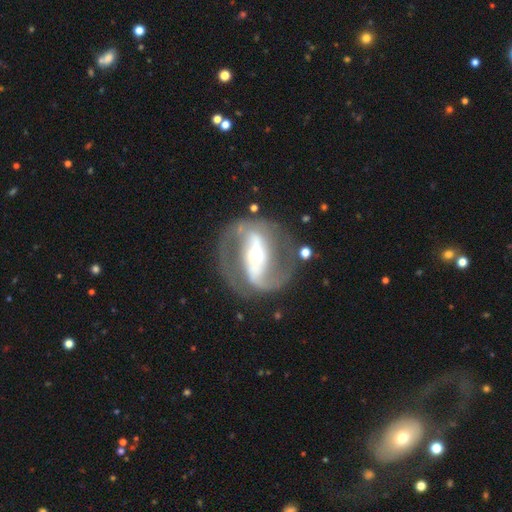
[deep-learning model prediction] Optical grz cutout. It shows a featured or disk galaxy (86%) with a strong bar (68%), 2 (88%) medium (47%) spiral arms (79%) and a moderate central bulge (54%). Merging: none (74%).